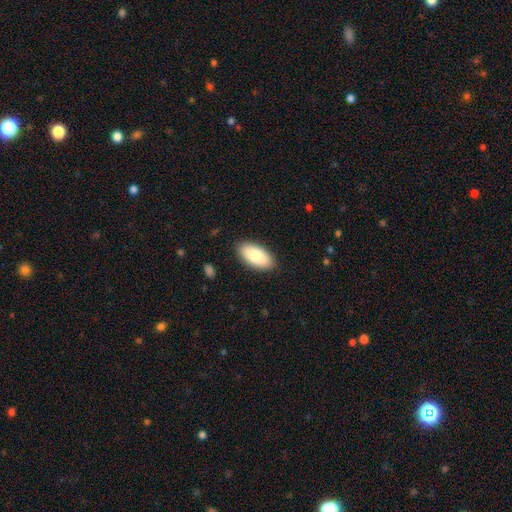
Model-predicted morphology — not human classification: A smooth galaxy with no disk features (81%) that is in between round and cigar-shaped (93%). Merging: none (87%).